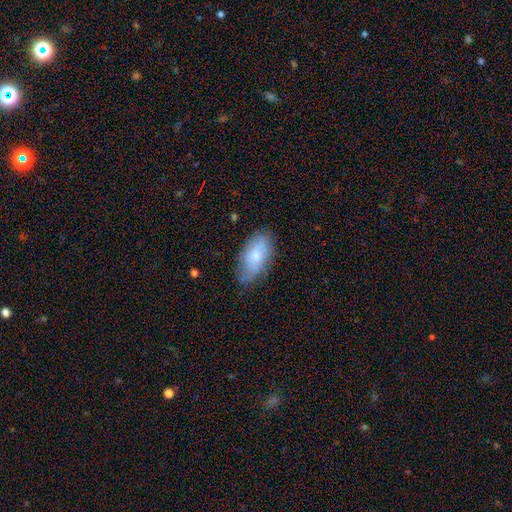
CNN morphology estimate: type=smooth (69%); roundness=in between (93%); merging=none (71%).